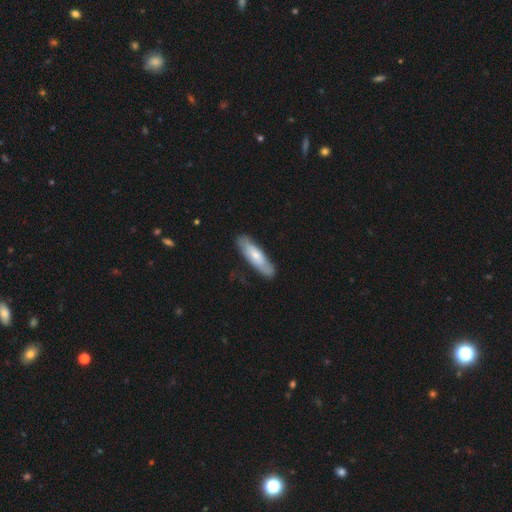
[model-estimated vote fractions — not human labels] smooth-or-featured: smooth: 60% | featured or disk: 35% | star or artifact: 5%
  how-rounded: cigar-shaped: 62% | in between: 36% | round: 2%
  merging: none: 82% | minor disturbance: 14% | major disturbance: 3% | merger: 1%